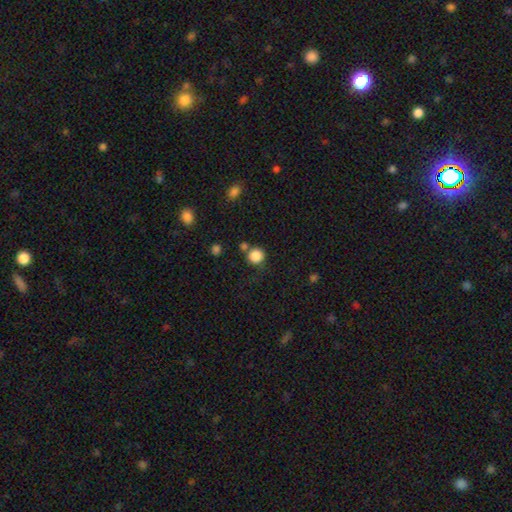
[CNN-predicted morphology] Smooth or featured?
  - smooth: 86% *
  - star or artifact: 10%
  - featured or disk: 4%
How rounded?
  - round: 92% *
  - in between: 7%
  - cigar-shaped: 1%
Merging?
  - none: 69% *
  - merger: 13%
  - minor disturbance: 12%
  - major disturbance: 5%